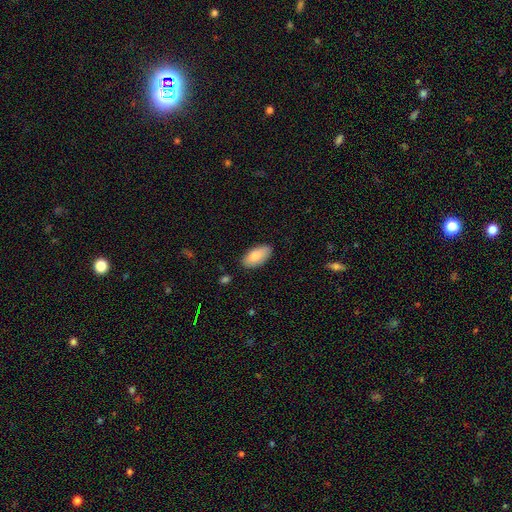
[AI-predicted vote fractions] A smooth galaxy with no disk features (84%) that is in between round and cigar-shaped (93%). Merging: none (85%).